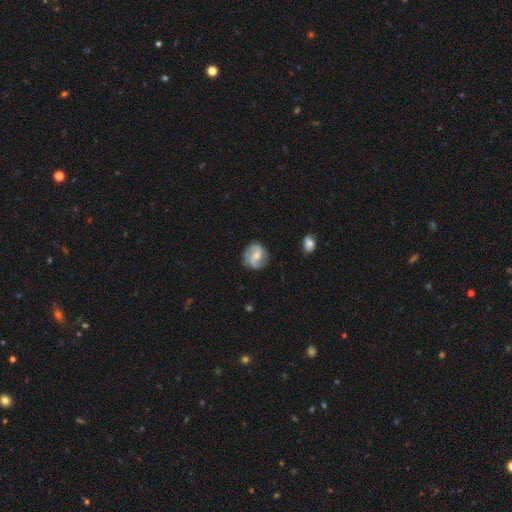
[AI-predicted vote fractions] This is likely a featured or disk galaxy (65%). It is clearly not viewed edge-on (97%). Bar: marginally weak (42%, tied with no). Spiral arm pattern: clearly yes (88%). Spiral arm count: clearly 2 (81%). Spiral winding: marginally medium (42%). Central bulge: possibly small (49%). Merging: likely none (79%).